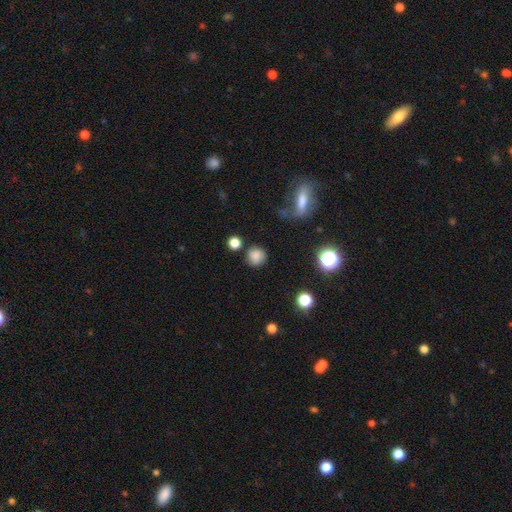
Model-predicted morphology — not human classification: type=smooth (79%); roundness=round (87%); merging=none (77%).